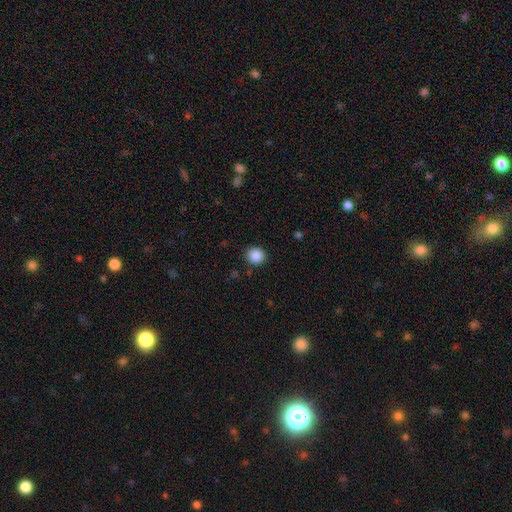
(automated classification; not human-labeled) This appears to be a smooth galaxy with no disk features (87%) that is round (89%). Merging: none (89%).